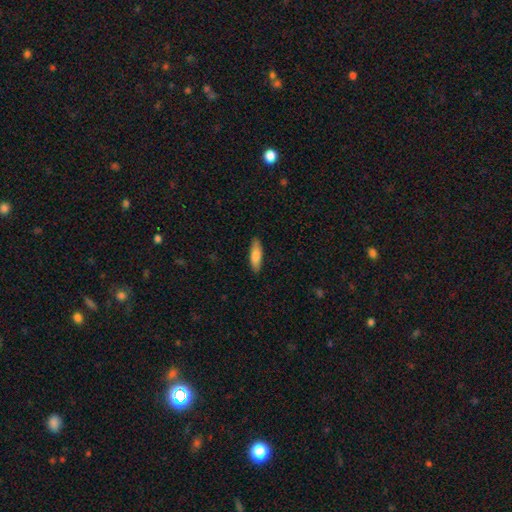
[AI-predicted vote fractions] Morphology: type=smooth (83%); roundness=cigar-shaped (50%); merging=none (88%).